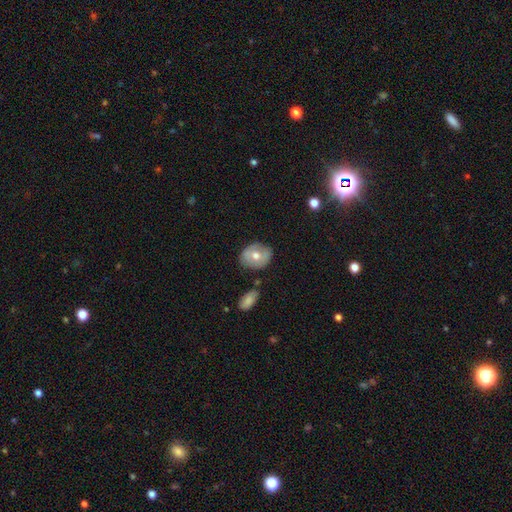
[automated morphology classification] Overall: smooth (56%; featured or disk 37%). How rounded: round (60%; in between 38%). Merging: none (75%).